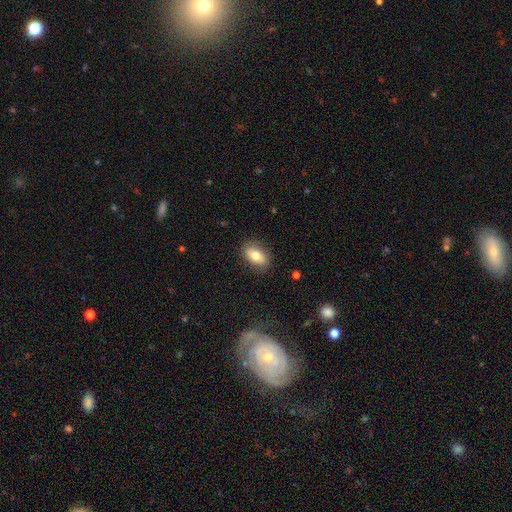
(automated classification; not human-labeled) Overall: smooth (75%). How rounded: in between (87%). Merging: none (84%).